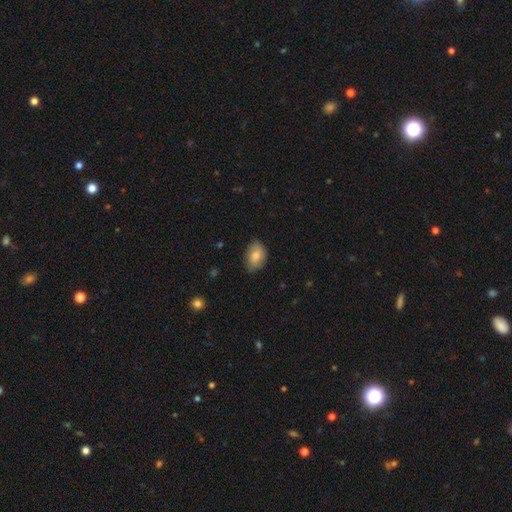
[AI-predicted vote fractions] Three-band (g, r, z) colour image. It shows a smooth galaxy with no disk features (81%) that is in between round and cigar-shaped (82%). Merging: none (76%).